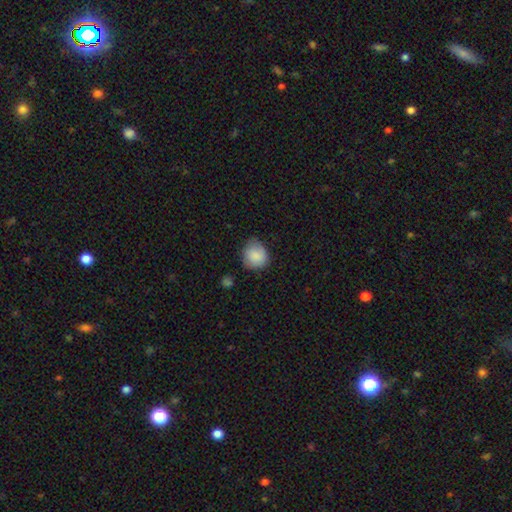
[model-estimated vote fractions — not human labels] A smooth galaxy with no disk features (86%) that is round (79%).

Vote fractions:
- Smooth or featured? smooth: 86% / star or artifact: 8% / featured or disk: 7%
- How rounded? round: 79% / in between: 20% / cigar-shaped: 1%
- Merging? none: 66% / minor disturbance: 27% / major disturbance: 5% / merger: 2%